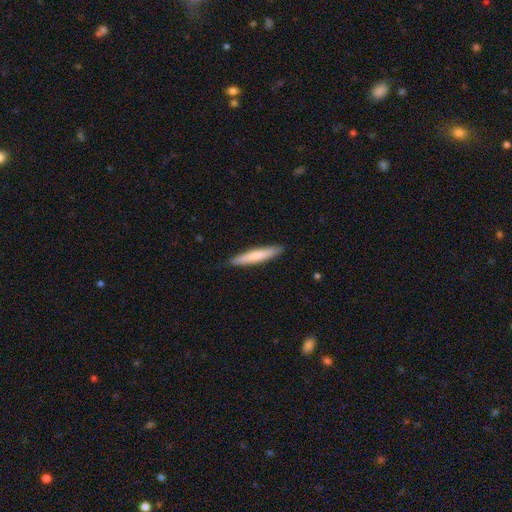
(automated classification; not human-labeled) A smooth galaxy with no disk features (71%) that is cigar-shaped (92%). Merging: none (88%).